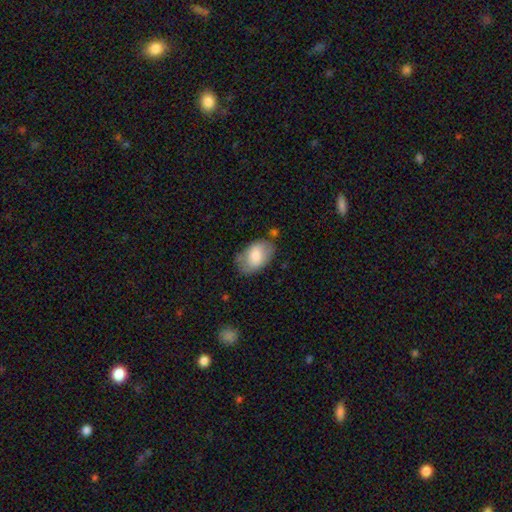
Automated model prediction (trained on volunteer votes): Smooth or featured? smooth (76%)
How rounded? in between (91%)
Merging? none (66%)